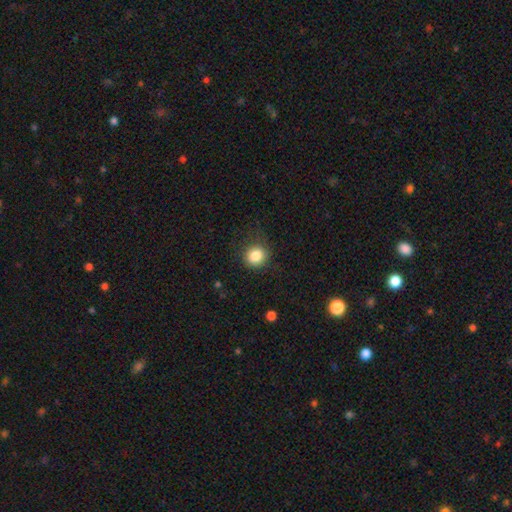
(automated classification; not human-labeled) Smooth or featured? smooth (85%)
How rounded? round (90%)
Merging? none (82%)